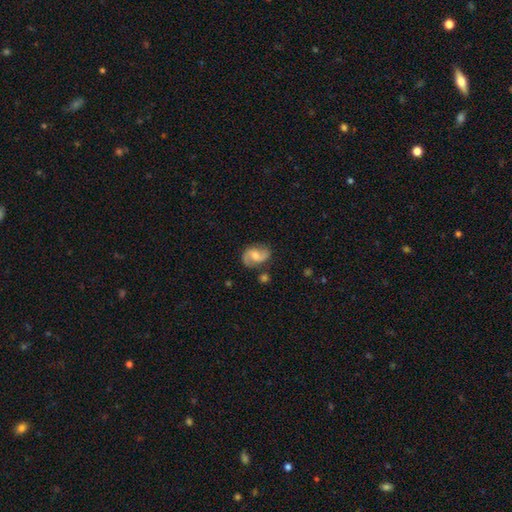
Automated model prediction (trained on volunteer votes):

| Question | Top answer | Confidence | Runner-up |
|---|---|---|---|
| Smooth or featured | featured or disk | 79% | smooth (15%) |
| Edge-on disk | no | 98% | yes (2%) |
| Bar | no | 46% | weak (45%) |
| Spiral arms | yes | 96% | no (4%) |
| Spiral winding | medium | 49% | loose (36%) |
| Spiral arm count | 2 | 91% | can't tell (3%) |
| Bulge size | moderate | 50% | small (27%) |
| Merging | none | 74% | minor disturbance (16%) |